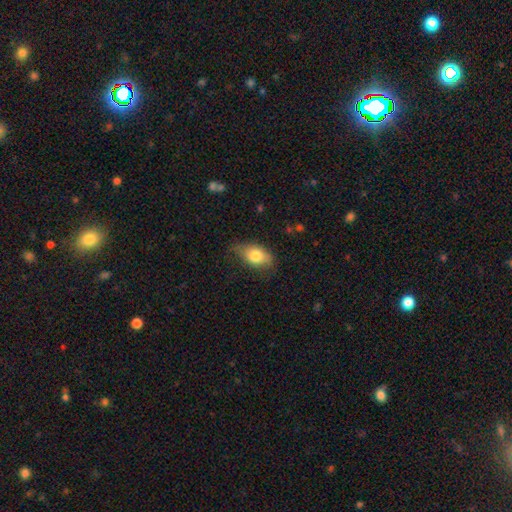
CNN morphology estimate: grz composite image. It shows a smooth galaxy with no disk features (77%) that is in between round and cigar-shaped (89%). Merging: none (64%).